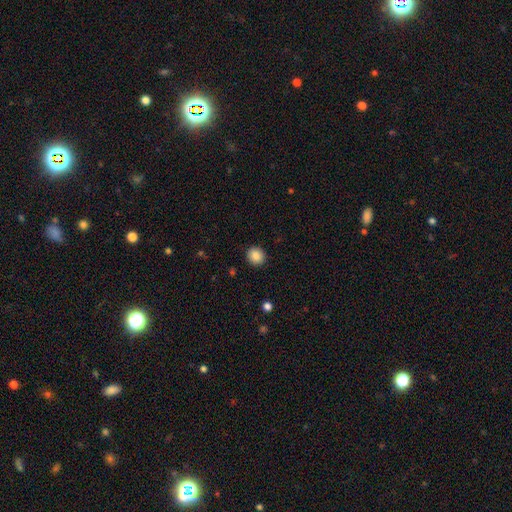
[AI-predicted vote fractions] Q: Smooth or featured?
A: smooth (86%); runner-up: star or artifact (9%)
Q: How rounded?
A: round (88%); runner-up: in between (11%)
Q: Merging?
A: none (92%); runner-up: minor disturbance (6%)